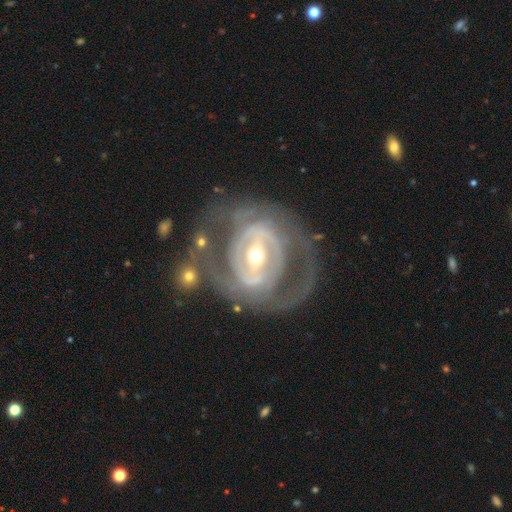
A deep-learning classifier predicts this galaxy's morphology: type=featured or disk (84%); edge-on=no (95%); bar=strong (45%); spiral arms=yes (68%); winding=tight (53%); arm count=2 (46%); bulge=small (51%); merging=none (60%).